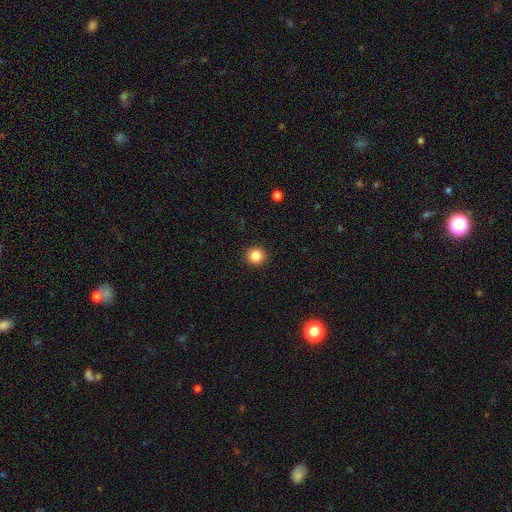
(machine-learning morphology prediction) A smooth galaxy with no disk features (86%) that is round (94%).

Vote fractions:
- Smooth or featured? smooth: 86% / star or artifact: 10% / featured or disk: 4%
- How rounded? round: 94% / in between: 5% / cigar-shaped: 1%
- Merging? none: 93% / minor disturbance: 4% / major disturbance: 2% / merger: 1%